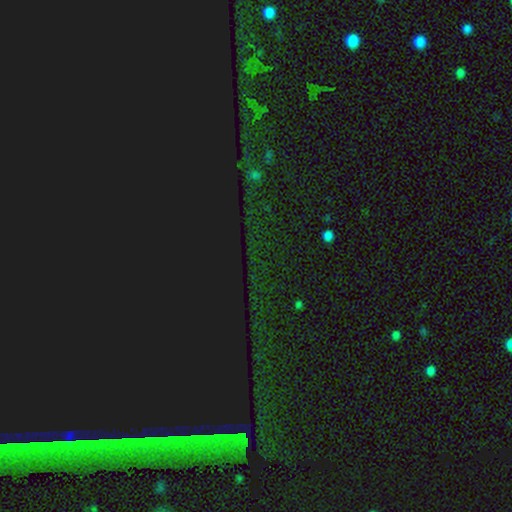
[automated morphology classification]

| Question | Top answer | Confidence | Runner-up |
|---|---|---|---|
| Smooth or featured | star or artifact | 83% | featured or disk (8%) |